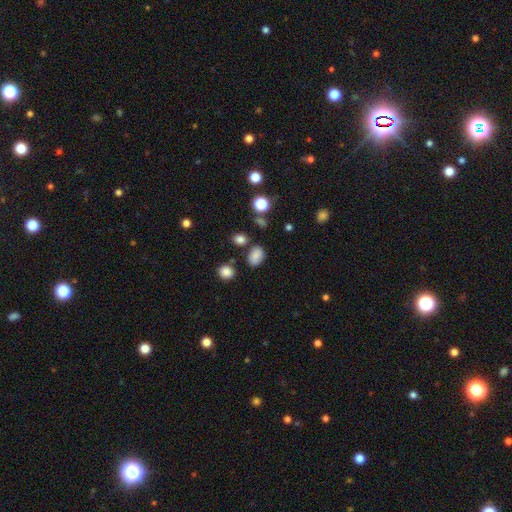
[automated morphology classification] Q: Smooth or featured?
A: smooth (81%); runner-up: star or artifact (12%)
Q: How rounded?
A: in between (76%); runner-up: round (23%)
Q: Merging?
A: none (76%); runner-up: minor disturbance (14%)